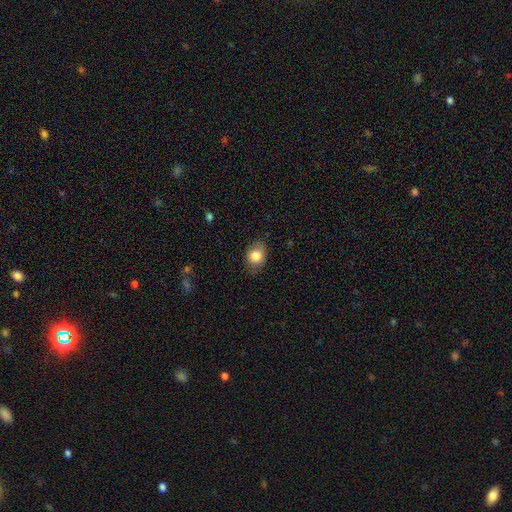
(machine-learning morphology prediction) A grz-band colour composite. It shows a smooth galaxy with no disk features (82%) that is in between round and cigar-shaped (64%). Merging: none (78%).